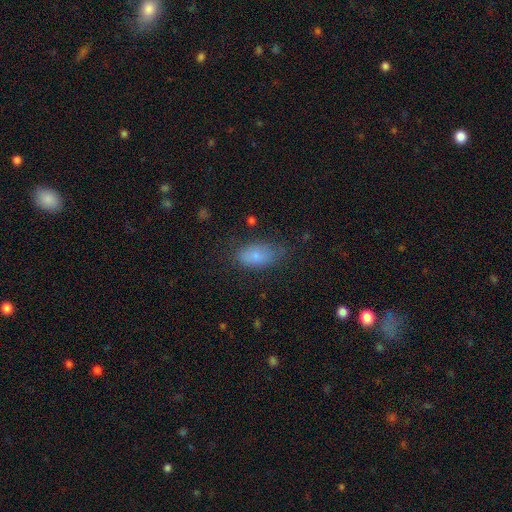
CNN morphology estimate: smooth 81%, featured or disk 11%, star or artifact 8%. Down the decision tree: how rounded — in between (91%); merging — none (69%).